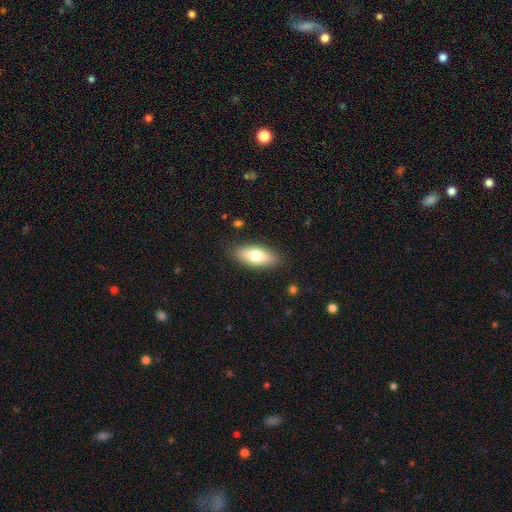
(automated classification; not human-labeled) smooth 74%, featured or disk 20%, star or artifact 6%. Down the decision tree: how rounded — in between (80%); merging — none (87%).